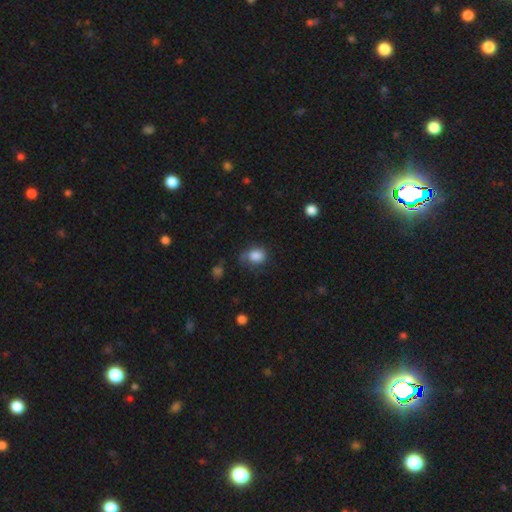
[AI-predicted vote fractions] Smooth or featured?
  - smooth: 82% *
  - star or artifact: 9%
  - featured or disk: 8%
How rounded?
  - round: 50% *
  - in between: 49%
  - cigar-shaped: 1%
Merging?
  - none: 47% *
  - minor disturbance: 31%
  - major disturbance: 19%
  - merger: 4%